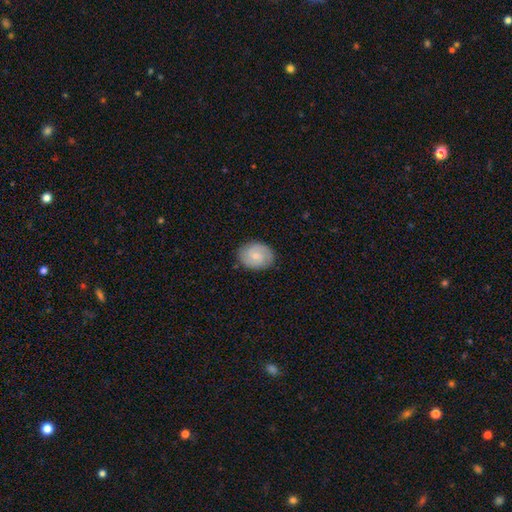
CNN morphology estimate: The model was most divided on "spiral winding": tight: 49%, medium: 41%, loose: 10%. More confident: edge-on disk — no (97%); spiral arms — yes (92%); merging — none (85%); spiral arm count — 2 (85%); smooth or featured — featured or disk (67%); bulge size — small (61%); bar — no (56%).